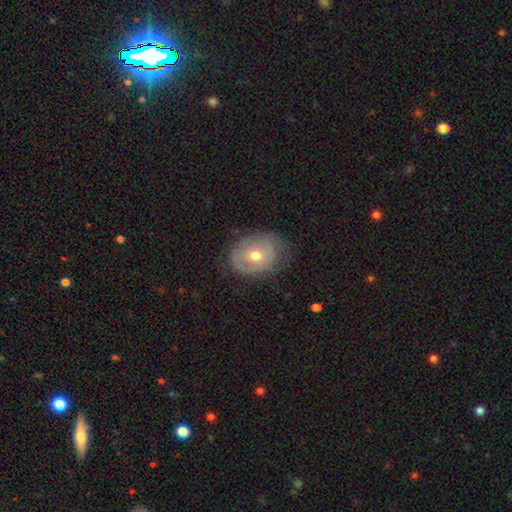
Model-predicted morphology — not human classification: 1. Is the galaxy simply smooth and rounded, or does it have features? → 49% smooth, 44% featured or disk, 8% star or artifact.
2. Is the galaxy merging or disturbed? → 66% none, 25% minor disturbance, 8% major disturbance, 1% merger.